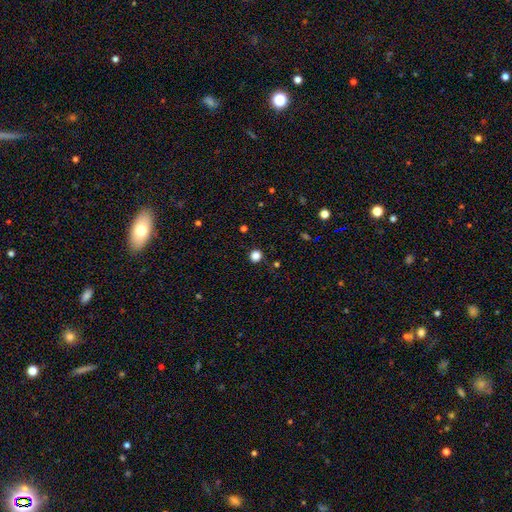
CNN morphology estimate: type=smooth (83%); roundness=round (92%); merging=none (91%).